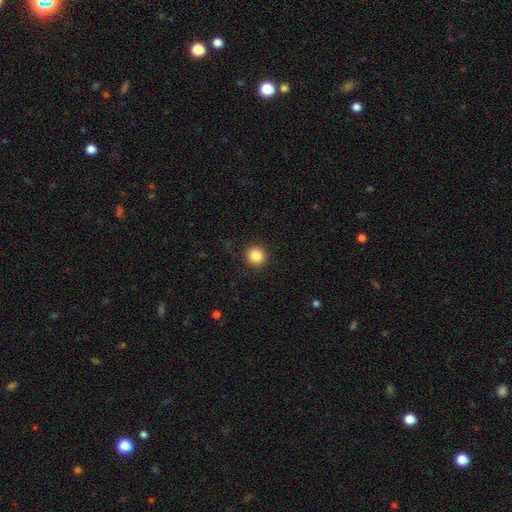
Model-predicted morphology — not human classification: A smooth galaxy with no disk features (85%) that is round (93%).

Vote fractions:
- Smooth or featured? smooth: 85% / star or artifact: 10% / featured or disk: 4%
- How rounded? round: 93% / in between: 6% / cigar-shaped: 1%
- Merging? none: 91% / minor disturbance: 6% / major disturbance: 2% / merger: 1%